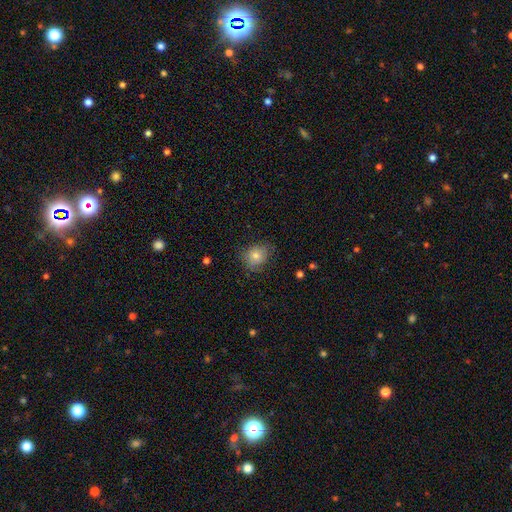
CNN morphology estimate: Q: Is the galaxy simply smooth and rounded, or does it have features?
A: smooth — 77%.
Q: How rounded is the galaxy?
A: round — 61%.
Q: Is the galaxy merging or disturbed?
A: none — 74%.